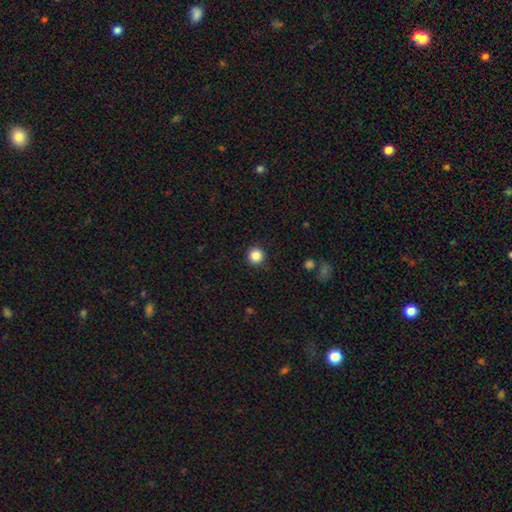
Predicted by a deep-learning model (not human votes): Smooth or featured? smooth (86%)
How rounded? round (95%)
Merging? none (92%)